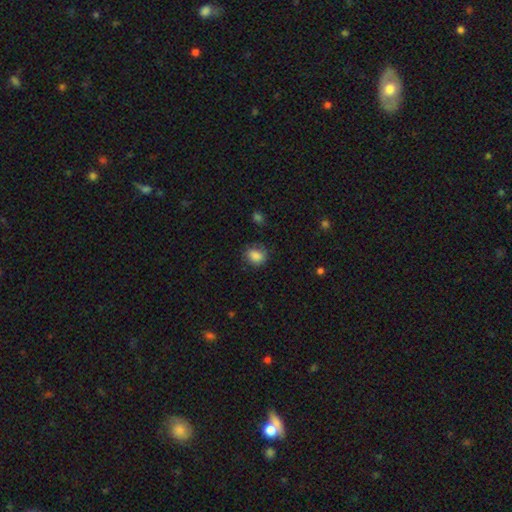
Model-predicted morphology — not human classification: The model was most divided on "how rounded": in between: 50%, round: 49%, cigar-shaped: 1%. More confident: smooth or featured — smooth (84%); merging — none (71%).